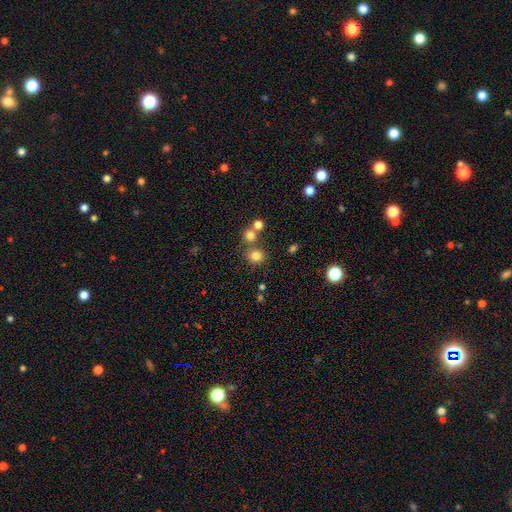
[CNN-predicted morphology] This is likely a smooth galaxy (78%). How rounded: clearly round (82%). Merging: likely none (68%).